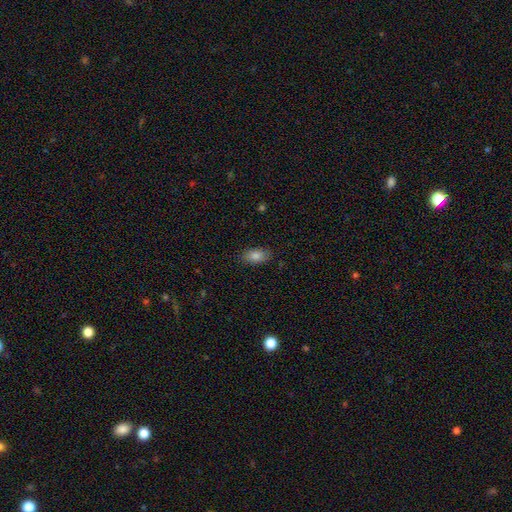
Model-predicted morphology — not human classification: A smooth galaxy with no disk features (85%) that is in between round and cigar-shaped (91%).

Vote fractions:
- Smooth or featured? smooth: 85% / star or artifact: 8% / featured or disk: 7%
- How rounded? in between: 91% / cigar-shaped: 5% / round: 4%
- Merging? none: 86% / minor disturbance: 10% / major disturbance: 2% / merger: 1%